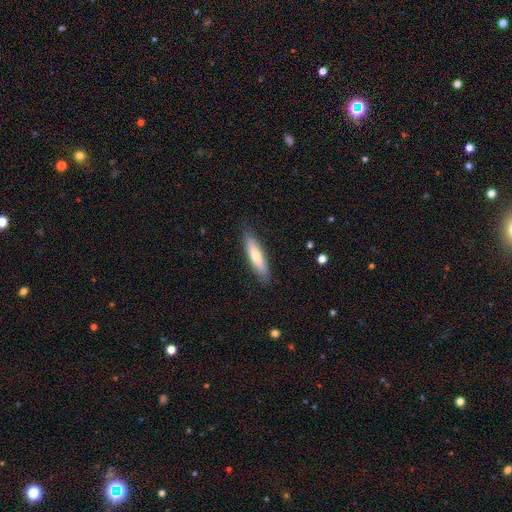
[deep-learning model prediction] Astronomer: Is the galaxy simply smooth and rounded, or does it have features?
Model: smooth — 63%.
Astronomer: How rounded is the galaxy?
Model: cigar-shaped — 75%.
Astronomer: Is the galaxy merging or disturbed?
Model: none — 85%.